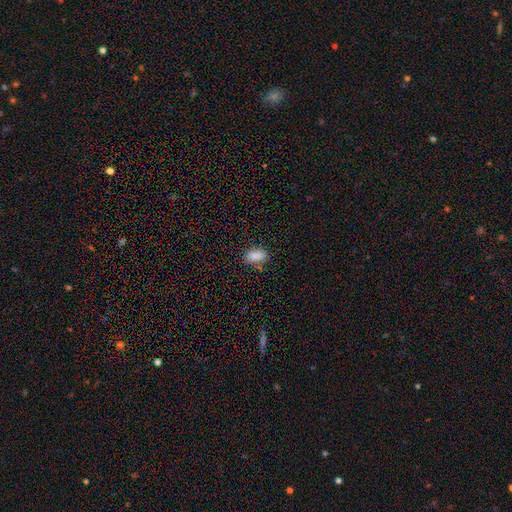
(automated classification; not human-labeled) This appears to be a smooth galaxy with no disk features (86%) that is in between round and cigar-shaped (89%). Merging: none (75%).